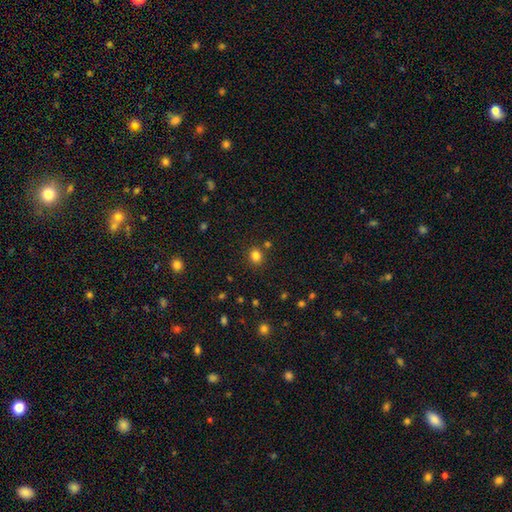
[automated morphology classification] Smooth or featured? smooth (81%)
How rounded? round (75%)
Merging? none (83%)